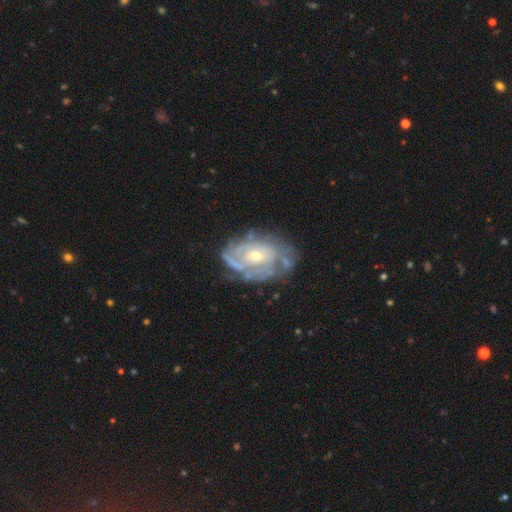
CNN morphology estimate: A featured or disk galaxy (82%) with no bar (71%), tight (67%) spiral arms (84%) and a small central bulge (58%). Merging: none (59%).